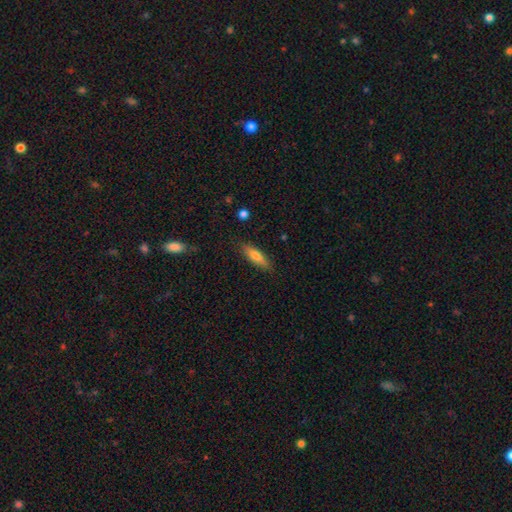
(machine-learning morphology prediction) This appears to be a smooth galaxy with no disk features (72%) that is cigar-shaped (55%). Merging: none (85%).